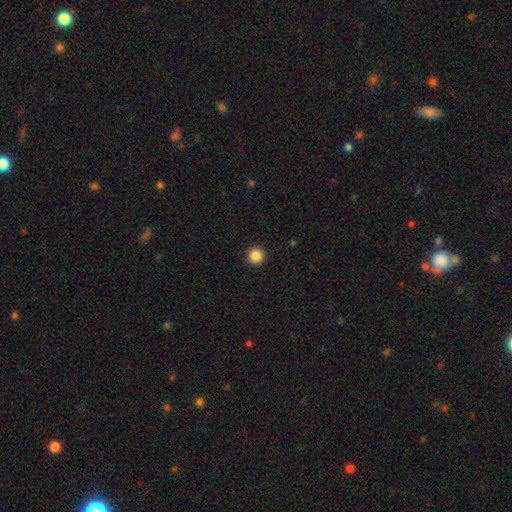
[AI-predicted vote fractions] A smooth galaxy with no disk features (86%) that is round (96%). Merging: none (93%).